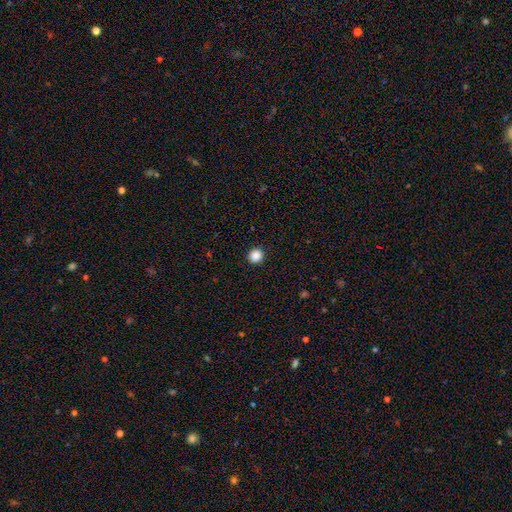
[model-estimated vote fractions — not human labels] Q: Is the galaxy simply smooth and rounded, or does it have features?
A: smooth — 88%.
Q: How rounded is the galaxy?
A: round — 94%.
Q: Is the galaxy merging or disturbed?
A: none — 93%.